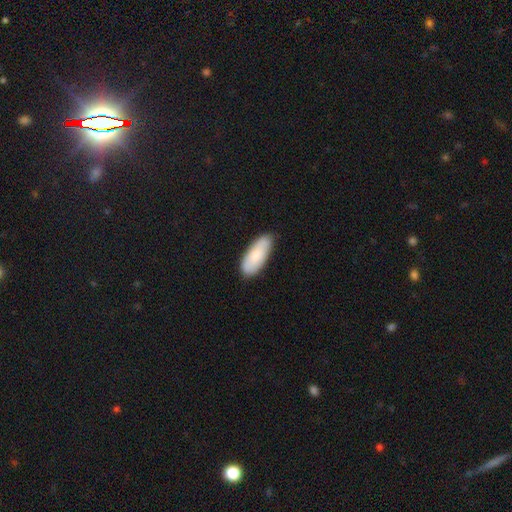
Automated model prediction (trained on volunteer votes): A smooth galaxy with no disk features (78%) that is in between round and cigar-shaped (79%). Merging: none (83%).